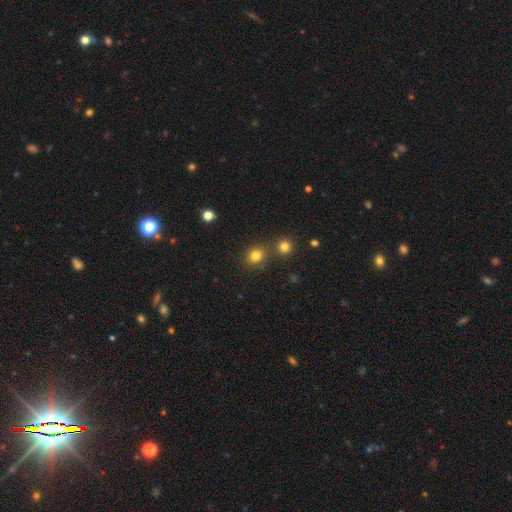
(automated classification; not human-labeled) smooth 80%, star or artifact 14%, featured or disk 5%. Down the decision tree: how rounded — round (85%); merging — none (75%).